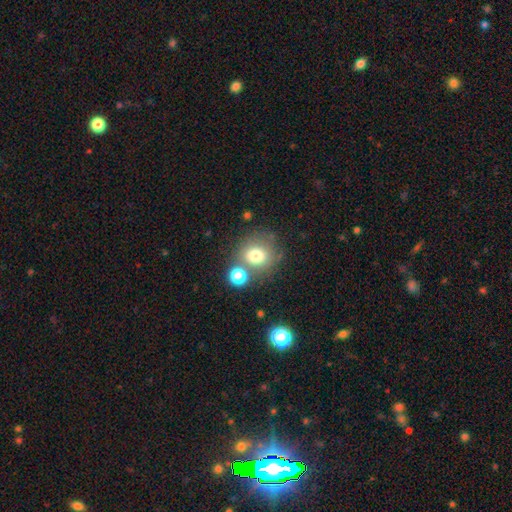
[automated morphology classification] smooth_or_featured: smooth (p=0.72) [alt: featured or disk p=0.14]
how_rounded: round (p=0.86) [alt: in between p=0.13]
merging: none (p=0.62) [alt: merger p=0.20]